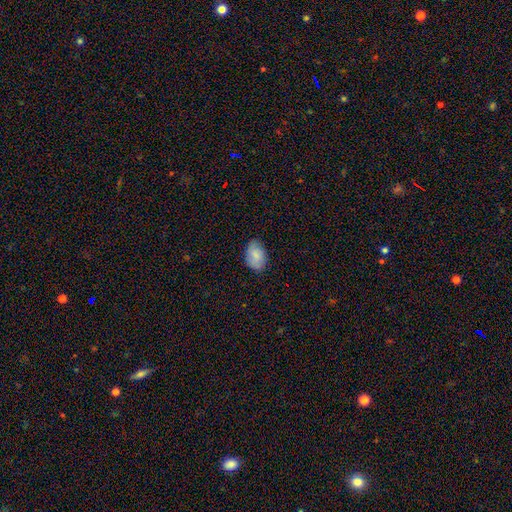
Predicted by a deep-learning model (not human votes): Smooth or featured?
  - smooth: 83% *
  - featured or disk: 10%
  - star or artifact: 7%
How rounded?
  - in between: 85% *
  - round: 14%
  - cigar-shaped: 1%
Merging?
  - none: 76% *
  - minor disturbance: 20%
  - major disturbance: 3%
  - merger: 1%